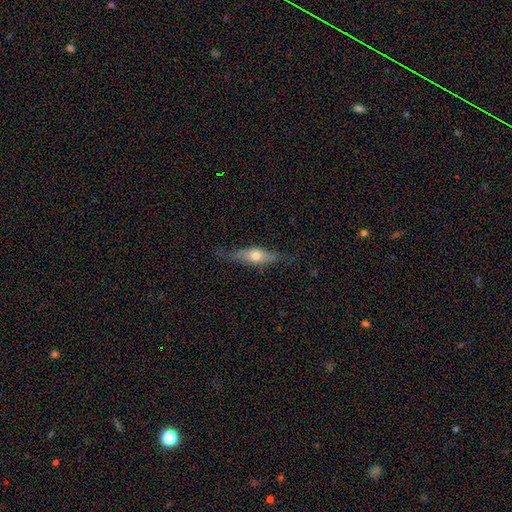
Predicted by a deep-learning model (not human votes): A smooth galaxy with no disk features (49%). Merging: none (70%).